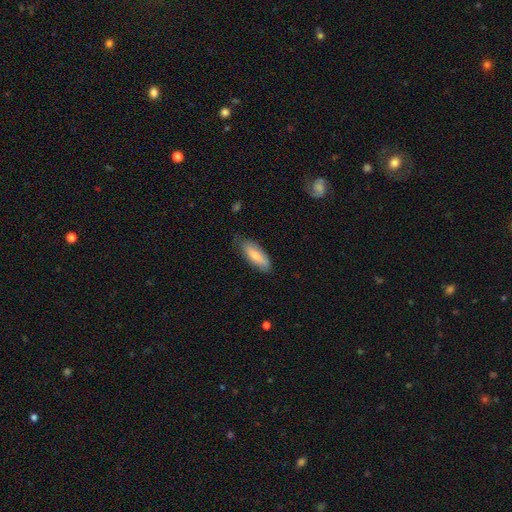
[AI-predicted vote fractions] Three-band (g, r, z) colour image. It shows a smooth galaxy with no disk features (74%) that is in between round and cigar-shaped (64%). Merging: none (71%).